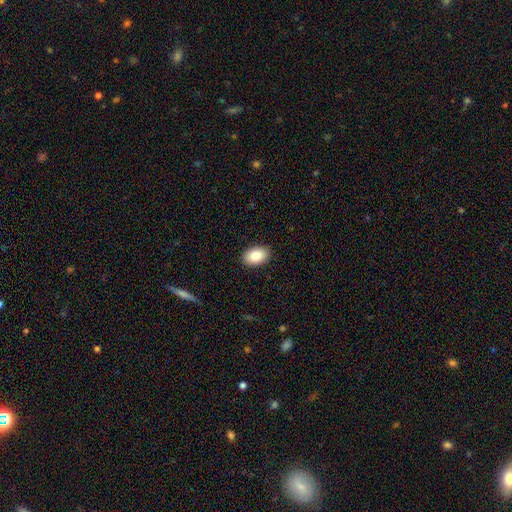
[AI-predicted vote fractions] A smooth galaxy with no disk features (85%) that is in between round and cigar-shaped (88%).

Vote fractions:
- Smooth or featured? smooth: 85% / featured or disk: 8% / star or artifact: 7%
- How rounded? in between: 88% / round: 11% / cigar-shaped: 1%
- Merging? none: 90% / minor disturbance: 8% / major disturbance: 2% / merger: 1%